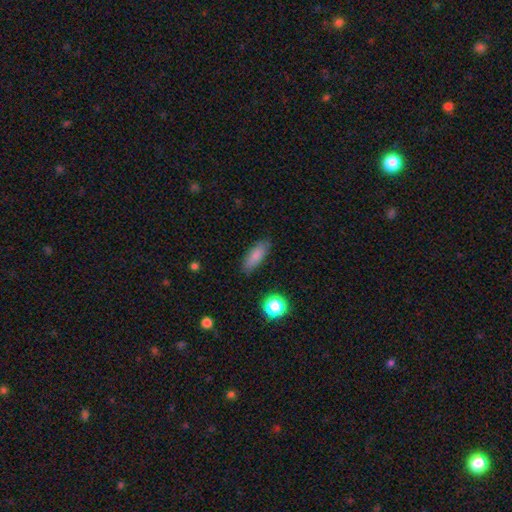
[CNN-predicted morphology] This is clearly a smooth galaxy (83%). How rounded: likely in between (63%). Merging: clearly none (85%).